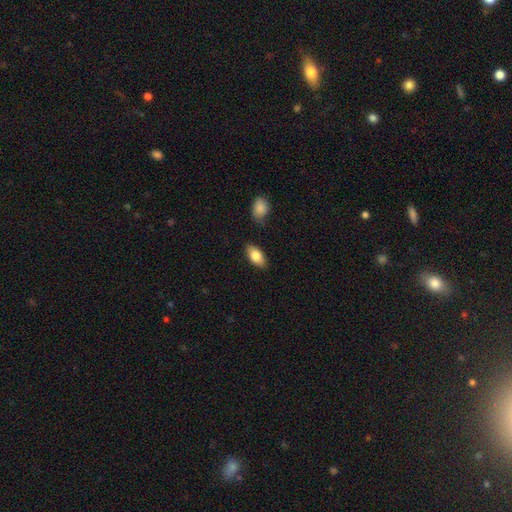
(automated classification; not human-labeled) Morphology: type=smooth (82%); roundness=in between (92%); merging=none (85%).